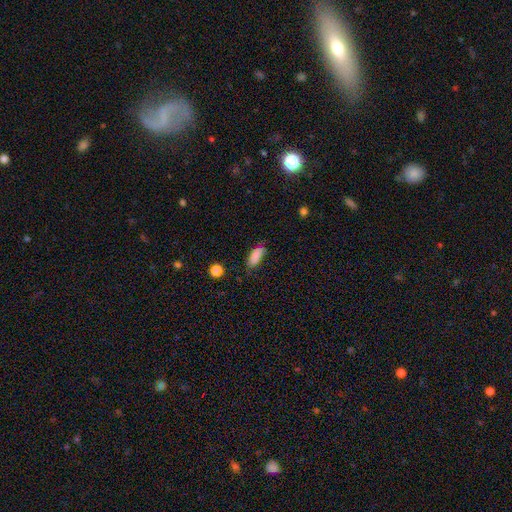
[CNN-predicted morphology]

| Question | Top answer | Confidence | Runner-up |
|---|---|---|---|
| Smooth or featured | smooth | 85% | star or artifact (8%) |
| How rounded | in between | 80% | cigar-shaped (18%) |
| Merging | none | 68% | minor disturbance (25%) |